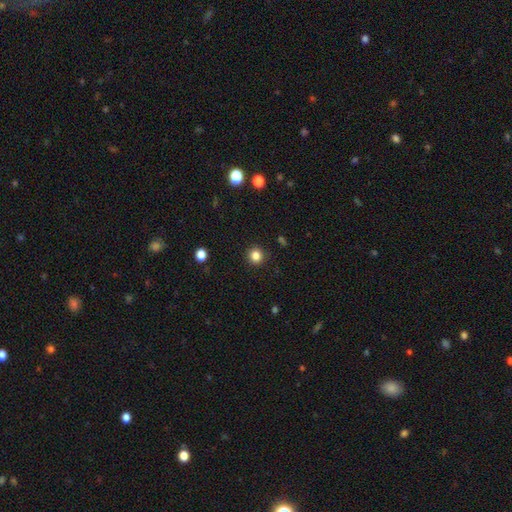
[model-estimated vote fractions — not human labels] Q: Smooth or featured?
A: smooth (84%); runner-up: star or artifact (12%)
Q: How rounded?
A: round (92%); runner-up: in between (7%)
Q: Merging?
A: none (92%); runner-up: minor disturbance (5%)